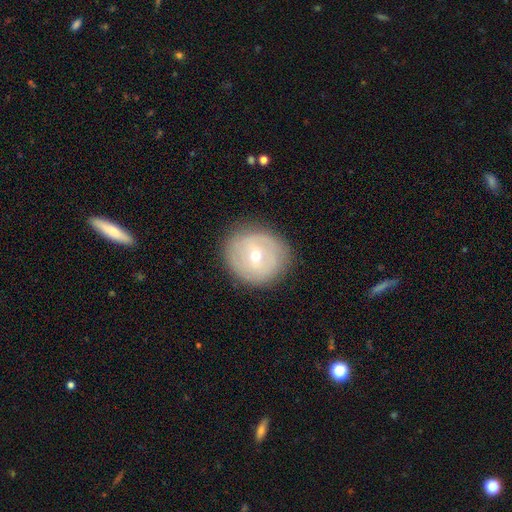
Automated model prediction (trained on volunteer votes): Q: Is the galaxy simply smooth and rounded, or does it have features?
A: featured or disk — 55%.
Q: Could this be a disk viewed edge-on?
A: no — 95%.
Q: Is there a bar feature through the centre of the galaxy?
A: no — 45%.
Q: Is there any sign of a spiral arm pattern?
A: yes — 53%.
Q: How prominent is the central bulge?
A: small — 54%.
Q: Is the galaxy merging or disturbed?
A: none — 83%.